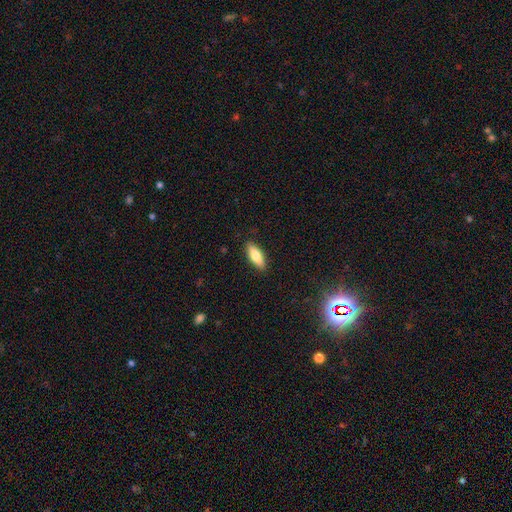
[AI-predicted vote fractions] This is likely a smooth galaxy (74%). How rounded: likely in between (65%). Merging: clearly none (89%).